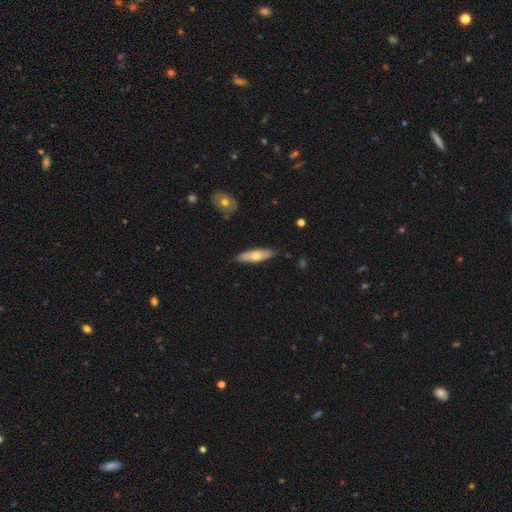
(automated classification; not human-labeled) Smooth or featured? Predicted: smooth (p=0.59). How rounded? Predicted: cigar-shaped (p=0.64). Merging? Predicted: none (p=0.87).